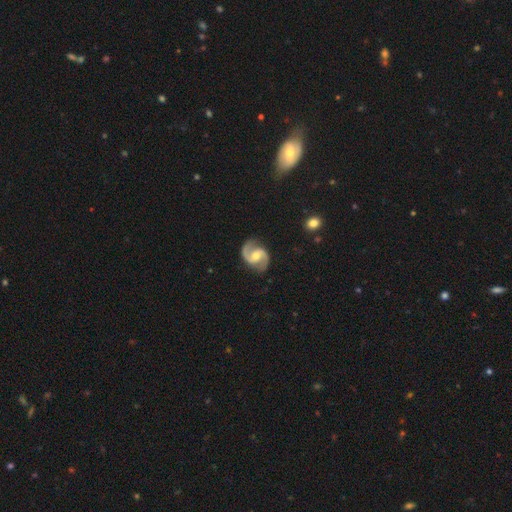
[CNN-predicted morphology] A featured or disk galaxy (92%) with a weak bar (45%), 2 (94%) medium (58%) spiral arms (98%) and a moderate central bulge (67%).

Vote fractions:
- Smooth or featured? featured or disk: 92% / smooth: 4% / star or artifact: 4%
- Edge-on disk? no: 98% / yes: 2%
- Bar? weak: 45% / no: 40% / strong: 15%
- Spiral arms? yes: 98% / no: 2%
- Spiral winding? medium: 58% / loose: 26% / tight: 16%
- Spiral arm count? 2: 94% / can't tell: 1% / 1: 1% / 3: 1% / 4: 1% / more than 4: 1%
- Bulge size? moderate: 67% / small: 26% / large: 4% / none: 2% / dominant: 1%
- Merging? none: 85% / minor disturbance: 11% / major disturbance: 3% / merger: 1%